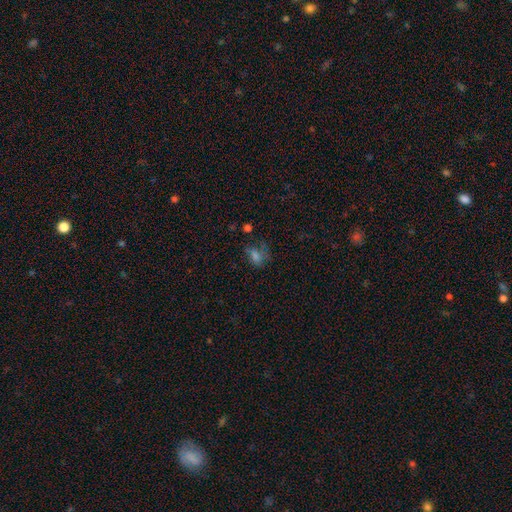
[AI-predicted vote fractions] A smooth galaxy with no disk features (60%) that is in between round and cigar-shaped (67%). Merging: none (46%).